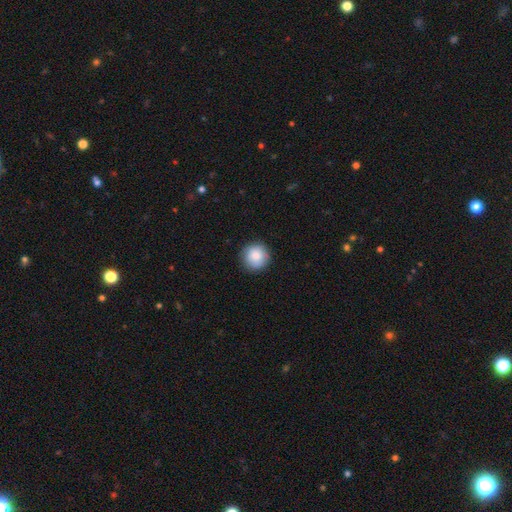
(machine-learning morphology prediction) smooth 85%, star or artifact 8%, featured or disk 7%. Down the decision tree: how rounded — round (95%); merging — none (88%).